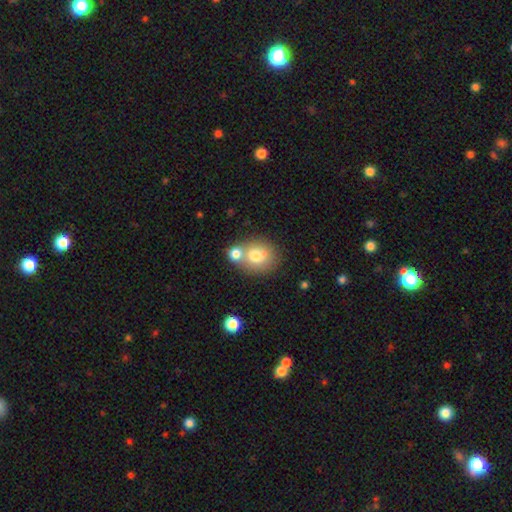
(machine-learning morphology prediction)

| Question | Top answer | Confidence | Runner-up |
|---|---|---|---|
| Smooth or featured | smooth | 73% | featured or disk (17%) |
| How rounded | round | 66% | in between (33%) |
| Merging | none | 45% | merger (41%) |